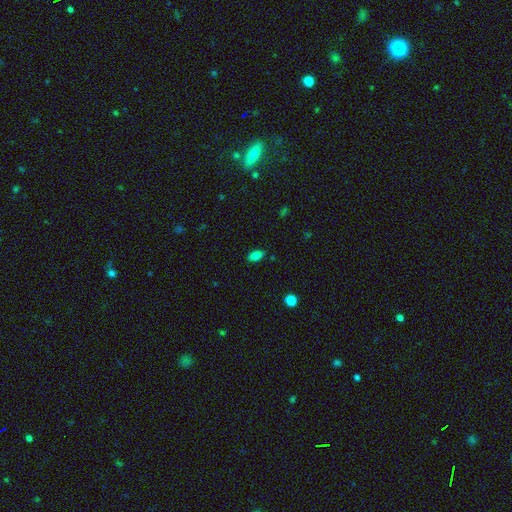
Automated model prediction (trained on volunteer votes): smooth 82%, star or artifact 11%, featured or disk 7%. Down the decision tree: how rounded — in between (89%); merging — none (84%).